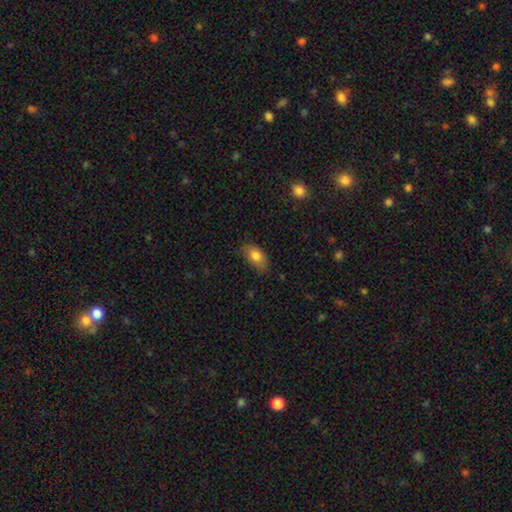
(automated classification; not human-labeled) This is likely a smooth galaxy (80%). How rounded: clearly in between (90%). Merging: likely none (70%).